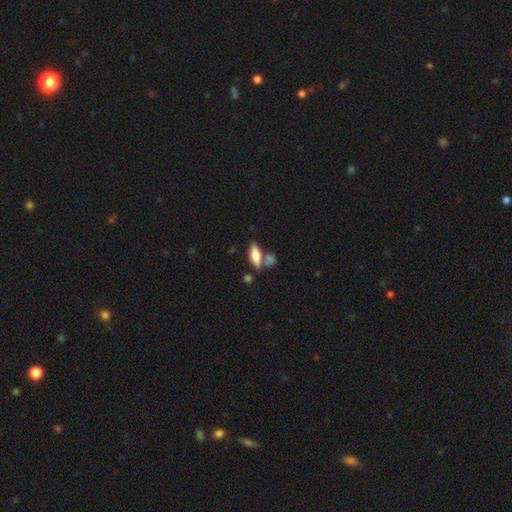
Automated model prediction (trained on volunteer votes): Smooth or featured?
  - smooth: 68% *
  - featured or disk: 24%
  - star or artifact: 7%
How rounded?
  - in between: 69% *
  - cigar-shaped: 28%
  - round: 3%
Merging?
  - none: 55% *
  - merger: 26%
  - minor disturbance: 14%
  - major disturbance: 5%